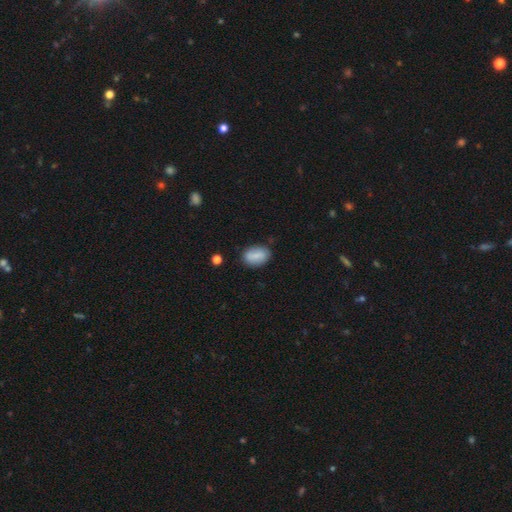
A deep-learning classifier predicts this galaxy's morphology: smooth-or-featured: smooth: 79% | featured or disk: 14% | star or artifact: 7%
  how-rounded: in between: 83% | round: 16% | cigar-shaped: 2%
  merging: none: 78% | minor disturbance: 15% | merger: 4% | major disturbance: 3%